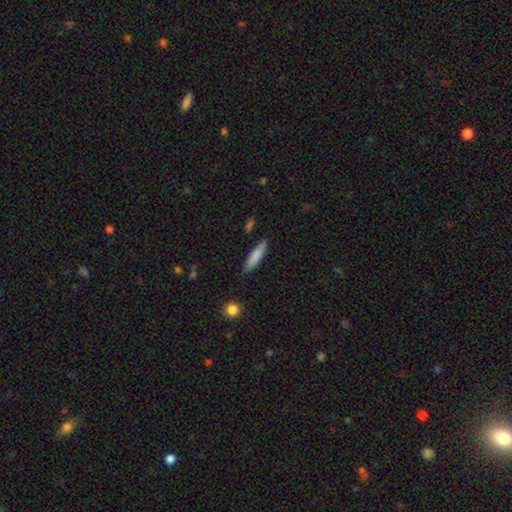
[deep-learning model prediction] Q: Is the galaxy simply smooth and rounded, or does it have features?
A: smooth — 81%.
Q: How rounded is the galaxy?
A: cigar-shaped — 77%.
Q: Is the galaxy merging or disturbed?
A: none — 85%.